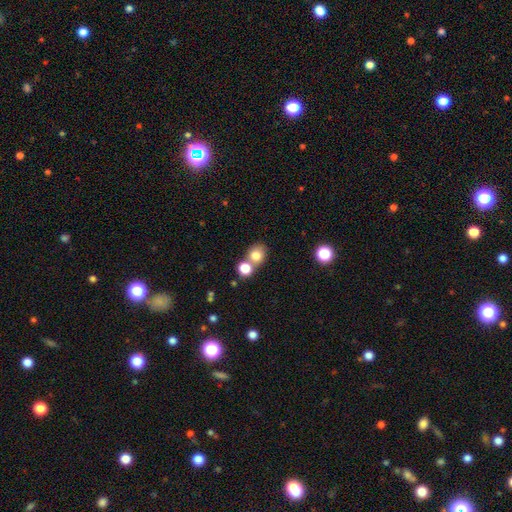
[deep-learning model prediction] Morphology: type=smooth (79%); roundness=round (68%); merging=none (51%).